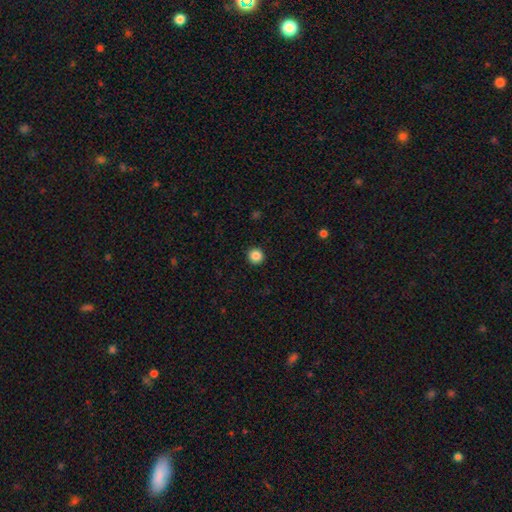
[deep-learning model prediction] smooth_or_featured: smooth (p=0.86) [alt: star or artifact p=0.10]
how_rounded: round (p=0.96) [alt: in between p=0.03]
merging: none (p=0.94) [alt: minor disturbance p=0.04]